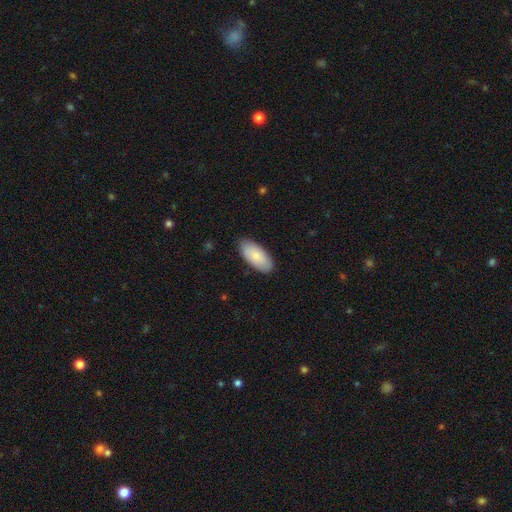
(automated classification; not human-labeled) Morphology: type=smooth (83%); roundness=in between (92%); merging=none (86%).